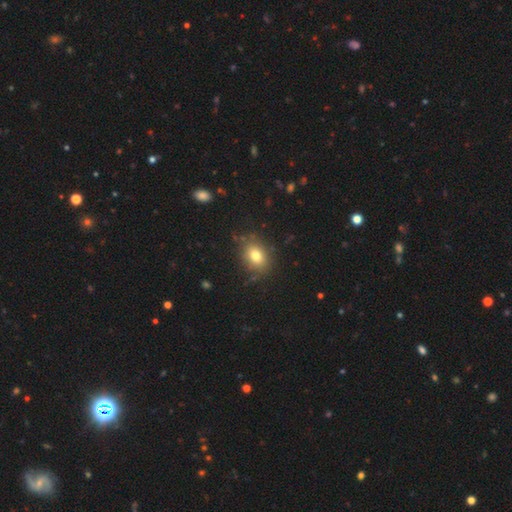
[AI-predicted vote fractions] Q: Smooth or featured?
A: smooth (78%); runner-up: star or artifact (12%)
Q: How rounded?
A: in between (60%); runner-up: round (39%)
Q: Merging?
A: none (83%); runner-up: minor disturbance (12%)